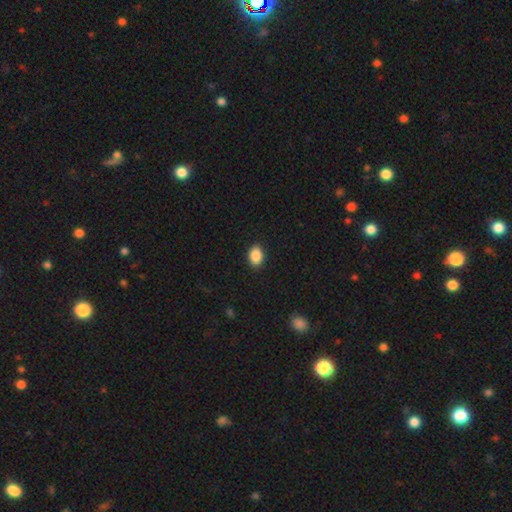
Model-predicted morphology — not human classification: The model was most divided on "how rounded": in between: 76%, round: 22%, cigar-shaped: 1%. More confident: merging — none (89%); smooth or featured — smooth (89%).